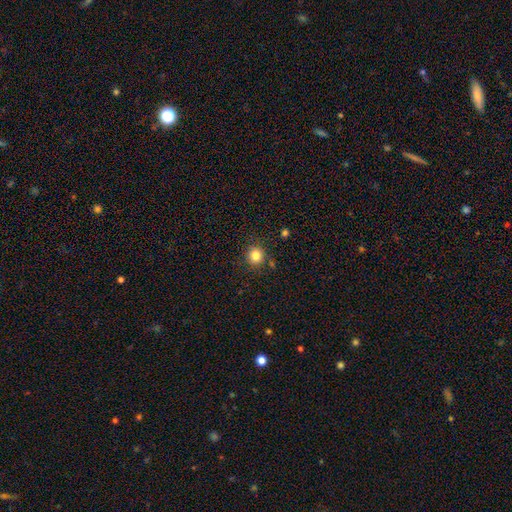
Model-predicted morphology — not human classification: This appears to be a smooth galaxy with no disk features (83%) that is round (87%). Merging: none (85%).